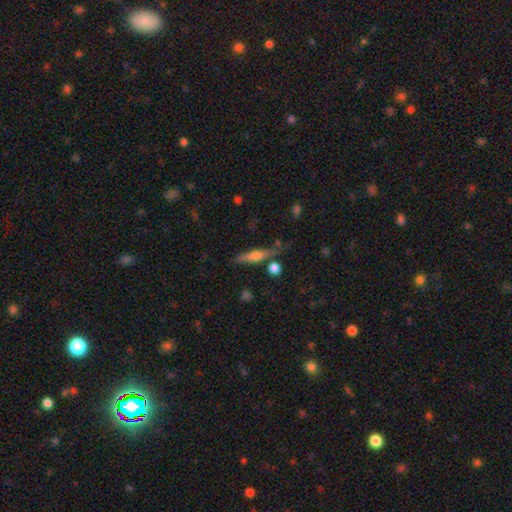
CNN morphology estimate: This appears to be a featured or disk galaxy (50%). Merging: none (75%).